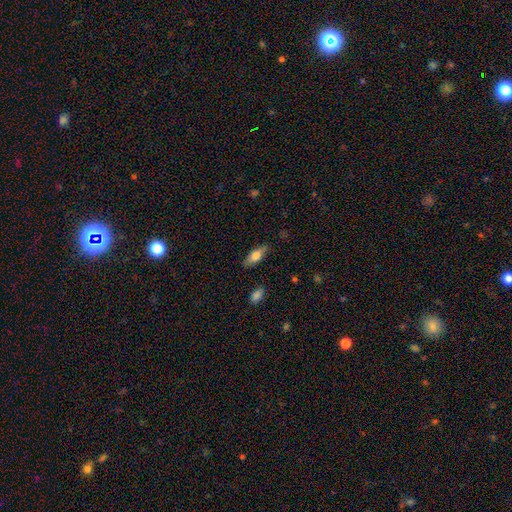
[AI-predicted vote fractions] A smooth galaxy with no disk features (68%) that is in between round and cigar-shaped (68%). Merging: none (83%).